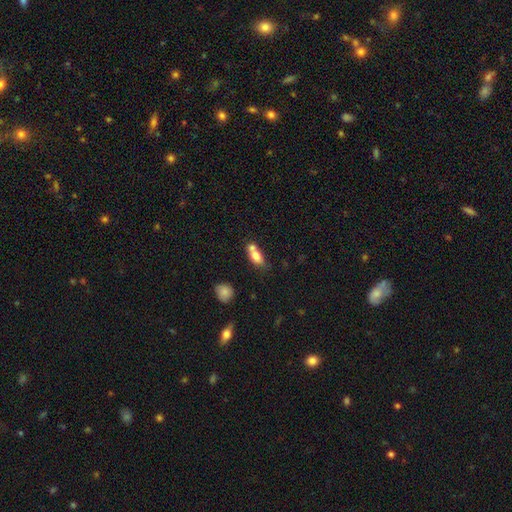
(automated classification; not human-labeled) Smooth or featured? smooth (72%)
How rounded? in between (74%)
Merging? merger (54%)